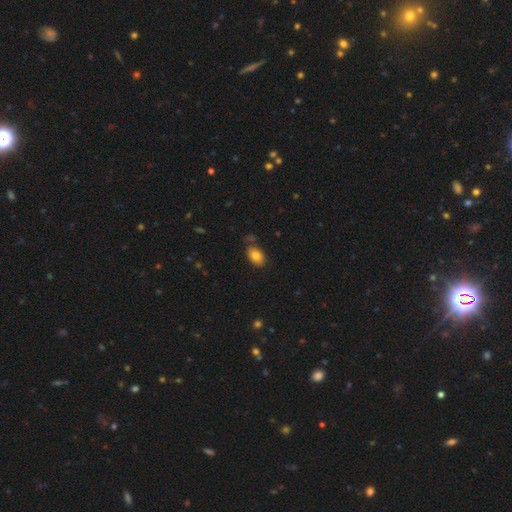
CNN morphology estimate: Smooth or featured? Predicted: smooth (p=0.83). How rounded? Predicted: in between (p=0.88). Merging? Predicted: none (p=0.76).